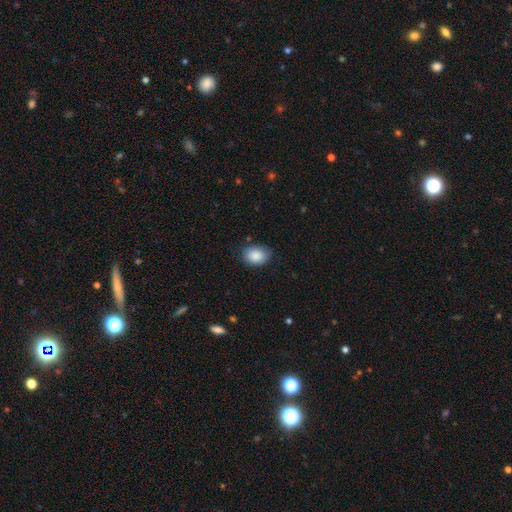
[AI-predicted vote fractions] smooth-or-featured: smooth: 88% | star or artifact: 7% | featured or disk: 5%
  how-rounded: in between: 74% | round: 25% | cigar-shaped: 1%
  merging: none: 79% | minor disturbance: 17% | major disturbance: 3% | merger: 1%